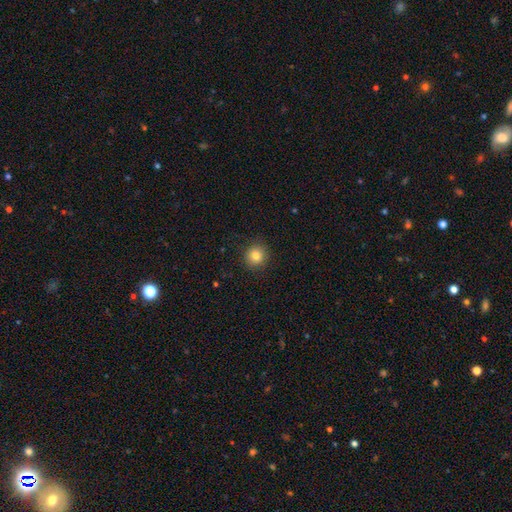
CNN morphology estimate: Smooth or featured? smooth (83%)
How rounded? round (92%)
Merging? none (90%)